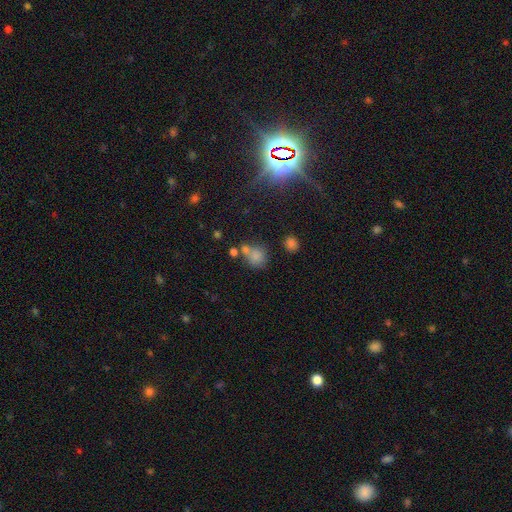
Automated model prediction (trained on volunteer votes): Q: Smooth or featured?
A: smooth (75%); runner-up: star or artifact (14%)
Q: How rounded?
A: round (72%); runner-up: in between (27%)
Q: Merging?
A: none (43%); runner-up: merger (34%)